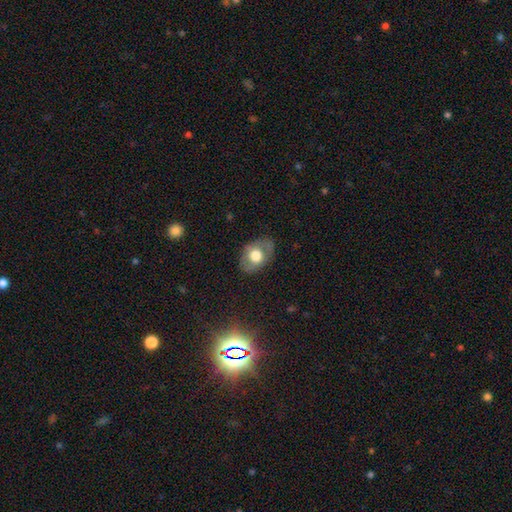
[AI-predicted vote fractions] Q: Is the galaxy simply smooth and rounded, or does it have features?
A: smooth — 56%.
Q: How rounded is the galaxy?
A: in between — 79%.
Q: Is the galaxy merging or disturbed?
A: none — 78%.